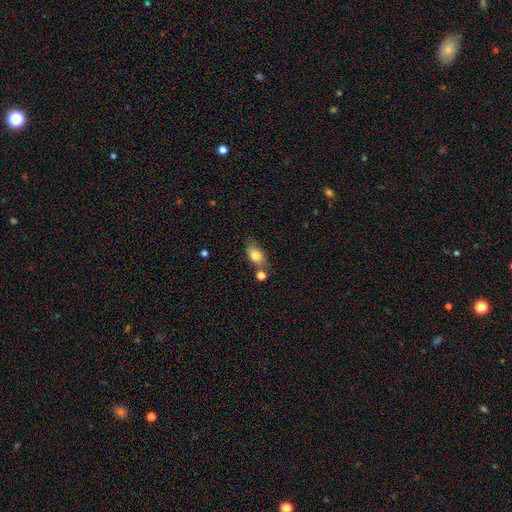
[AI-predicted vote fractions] This appears to be a smooth galaxy with no disk features (81%) that is in between round and cigar-shaped (84%). Merging: none (58%).